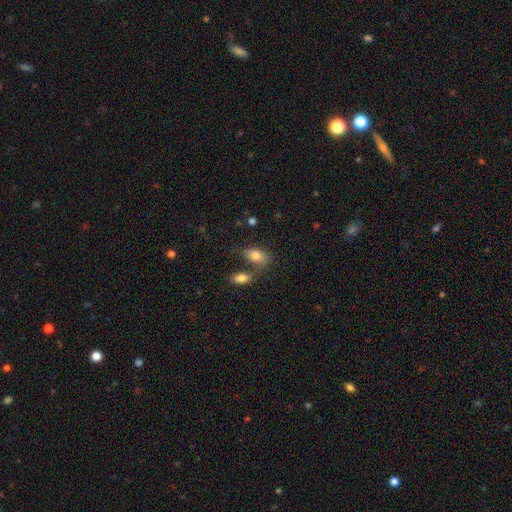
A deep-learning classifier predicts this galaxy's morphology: type=smooth (82%); roundness=in between (90%); merging=none (49%).